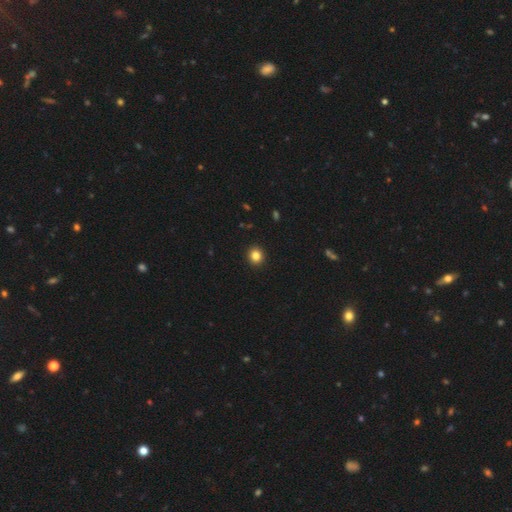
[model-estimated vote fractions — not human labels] A smooth galaxy with no disk features (84%) that is round (85%).

Vote fractions:
- Smooth or featured? smooth: 84% / star or artifact: 11% / featured or disk: 5%
- How rounded? round: 85% / in between: 14% / cigar-shaped: 1%
- Merging? none: 93% / minor disturbance: 4% / major disturbance: 1% / merger: 1%